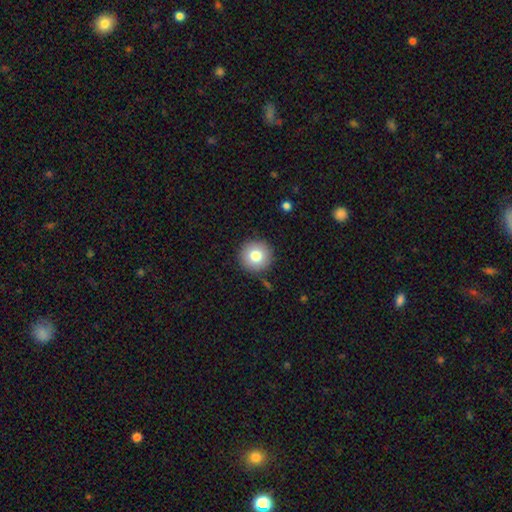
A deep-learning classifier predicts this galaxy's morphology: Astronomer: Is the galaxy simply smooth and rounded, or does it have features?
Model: smooth — 79%.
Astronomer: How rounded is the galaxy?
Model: round — 96%.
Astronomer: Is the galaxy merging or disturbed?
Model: none — 90%.